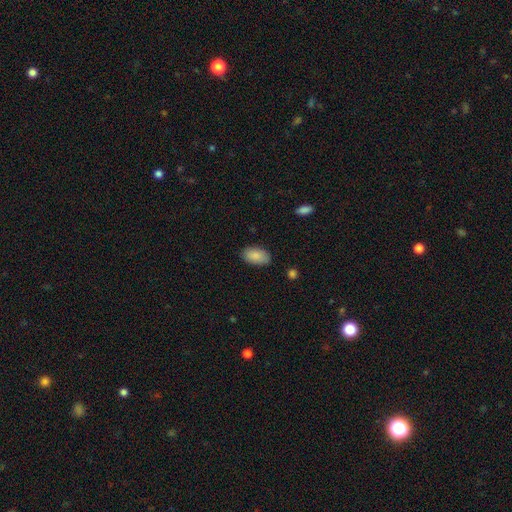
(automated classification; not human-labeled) smooth_or_featured: smooth (p=0.88) [alt: star or artifact p=0.06]
how_rounded: in between (p=0.95) [alt: round p=0.04]
merging: none (p=0.86) [alt: minor disturbance p=0.11]